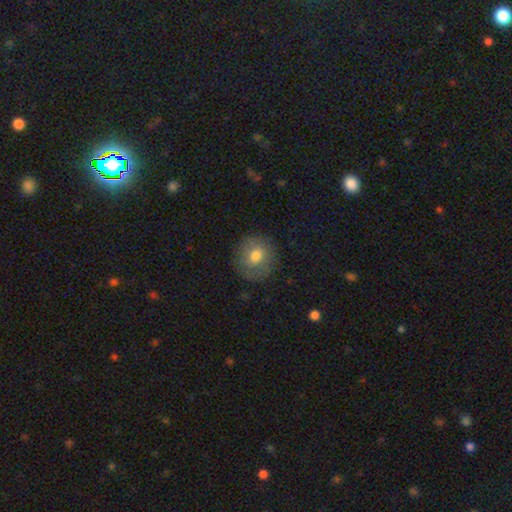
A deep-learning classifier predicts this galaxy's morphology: smooth_or_featured: smooth (p=0.74) [alt: featured or disk p=0.17]
how_rounded: round (p=0.87) [alt: in between p=0.12]
merging: none (p=0.83) [alt: minor disturbance p=0.12]